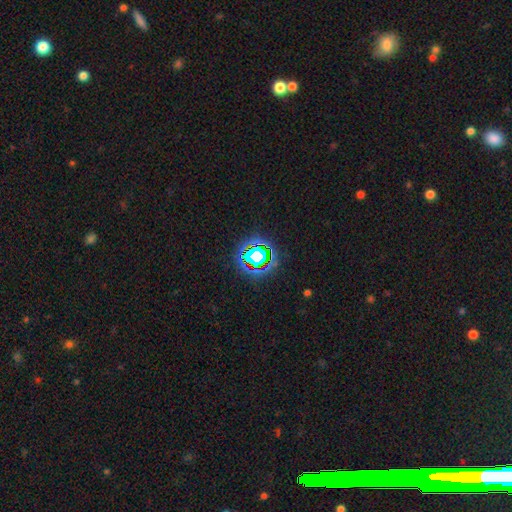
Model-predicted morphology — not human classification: star or artifact 64%, smooth 21%, featured or disk 15%.